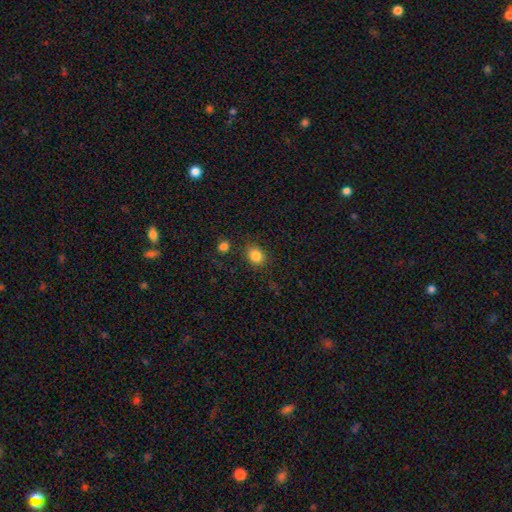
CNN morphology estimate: Smooth or featured?
  - smooth: 84% *
  - star or artifact: 11%
  - featured or disk: 5%
How rounded?
  - round: 56% *
  - in between: 43%
  - cigar-shaped: 1%
Merging?
  - none: 80% *
  - minor disturbance: 12%
  - merger: 4%
  - major disturbance: 4%